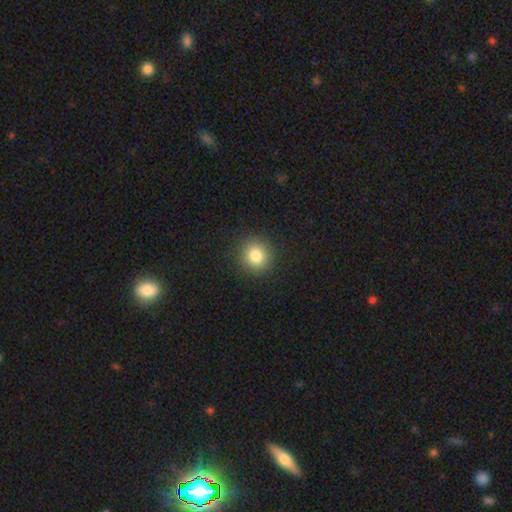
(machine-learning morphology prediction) This is clearly a smooth galaxy (83%). How rounded: clearly round (89%). Merging: clearly none (91%).